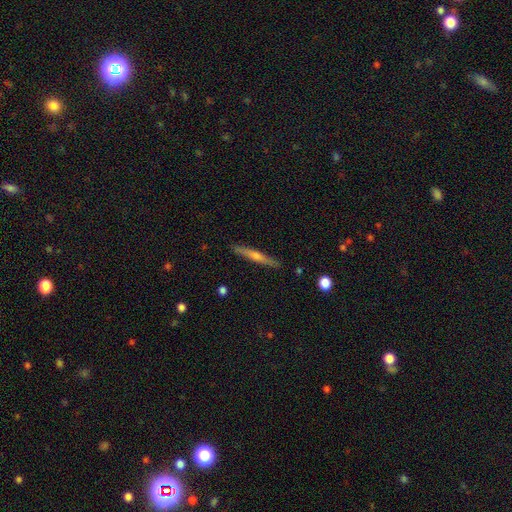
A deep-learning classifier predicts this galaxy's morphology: featured or disk 67%, smooth 26%, star or artifact 6%. Down the decision tree: edge-on disk — yes (97%); edge-on bulge — rounded (78%); merging — none (90%).